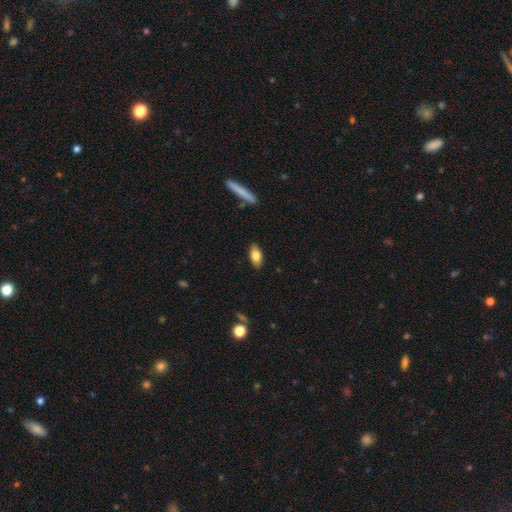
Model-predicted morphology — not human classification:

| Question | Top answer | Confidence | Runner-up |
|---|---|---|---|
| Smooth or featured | smooth | 80% | featured or disk (13%) |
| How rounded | in between | 86% | cigar-shaped (11%) |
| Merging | none | 88% | minor disturbance (9%) |